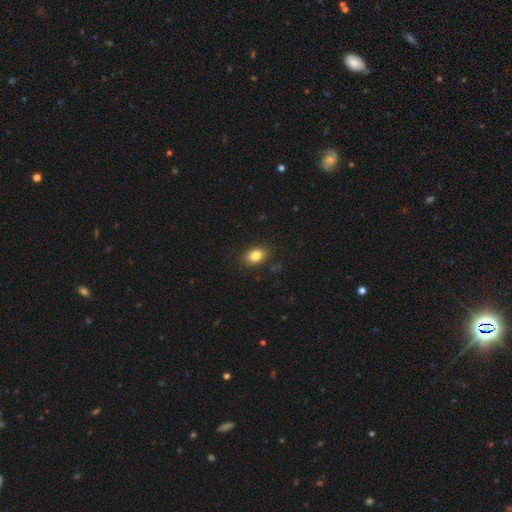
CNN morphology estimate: Overall: smooth (83%). How rounded: in between (78%). Merging: none (87%).